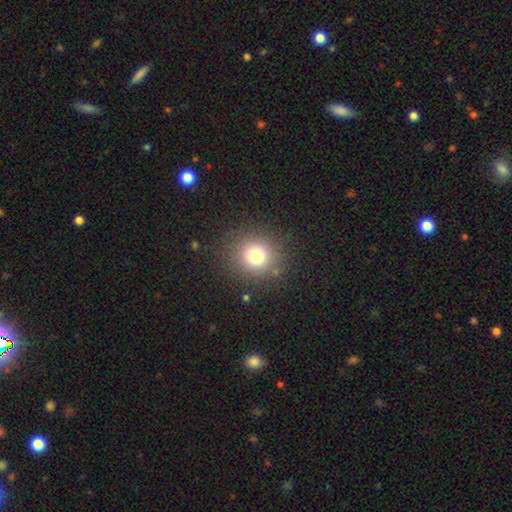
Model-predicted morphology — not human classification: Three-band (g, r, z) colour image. It shows a smooth galaxy with no disk features (75%) that is round (91%). Merging: none (87%).